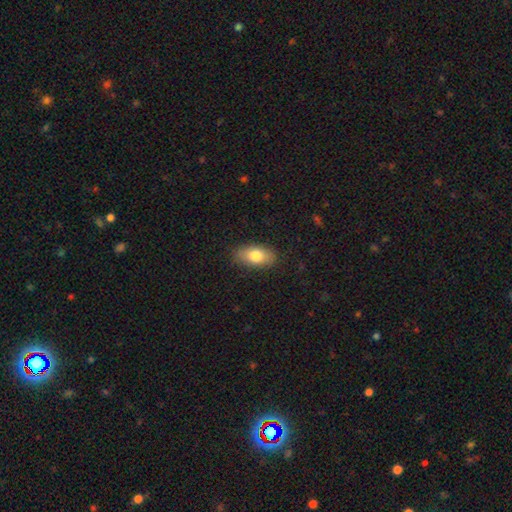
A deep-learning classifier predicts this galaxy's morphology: A smooth galaxy with no disk features (78%) that is in between round and cigar-shaped (90%). Merging: none (86%).